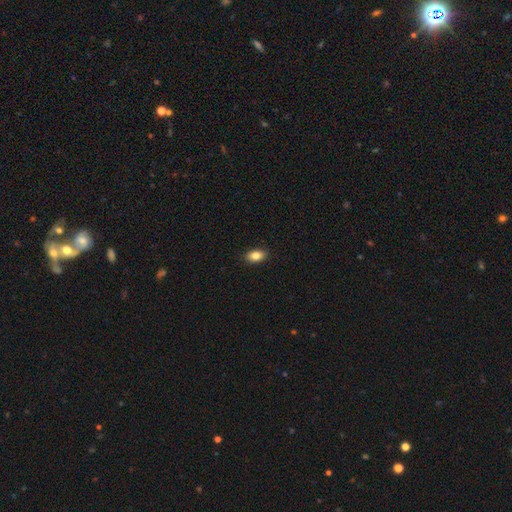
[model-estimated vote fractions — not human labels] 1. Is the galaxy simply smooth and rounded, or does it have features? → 85% smooth, 8% star or artifact, 7% featured or disk.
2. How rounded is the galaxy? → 89% in between, 9% round, 2% cigar-shaped.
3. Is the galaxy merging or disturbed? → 90% none, 7% minor disturbance, 2% major disturbance, 1% merger.